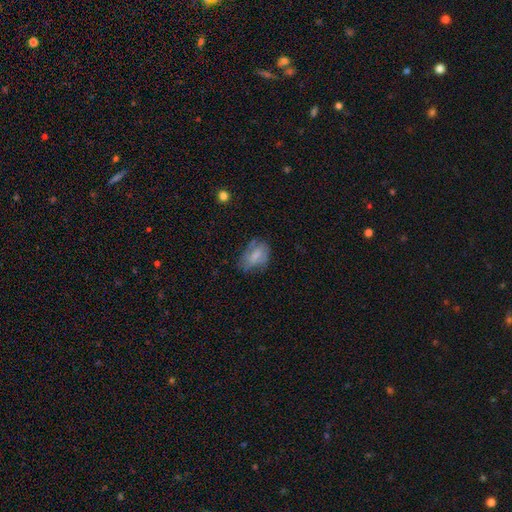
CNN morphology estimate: Smooth or featured? smooth (64%)
How rounded? in between (85%)
Merging? none (49%)